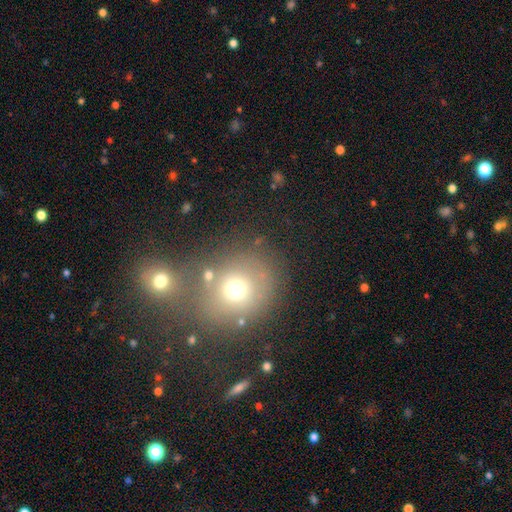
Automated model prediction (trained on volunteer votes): Smooth or featured? smooth (62%)
How rounded? round (81%)
Merging? none (55%)